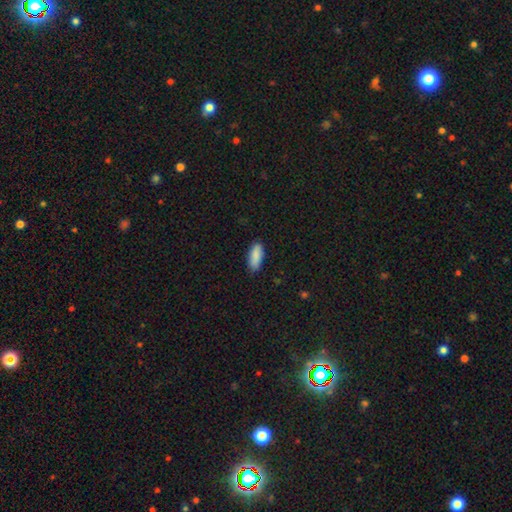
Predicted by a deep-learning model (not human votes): smooth_or_featured: smooth (p=0.89) [alt: star or artifact p=0.06]
how_rounded: in between (p=0.77) [alt: cigar-shaped p=0.21]
merging: none (p=0.82) [alt: minor disturbance p=0.14]